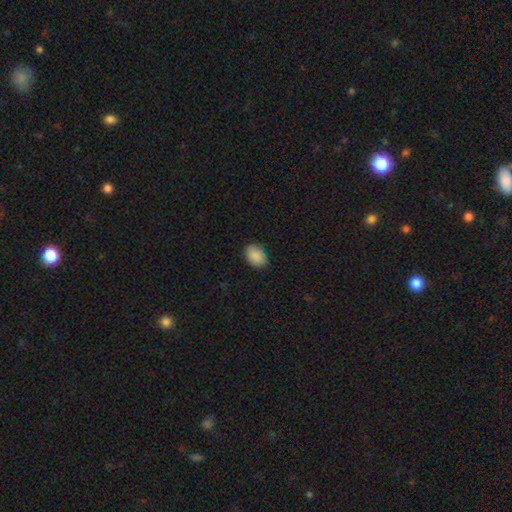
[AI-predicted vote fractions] Overall: smooth (90%). How rounded: in between (78%). Merging: none (84%).